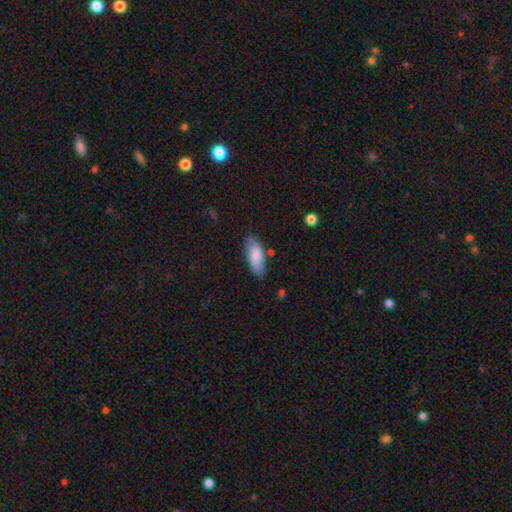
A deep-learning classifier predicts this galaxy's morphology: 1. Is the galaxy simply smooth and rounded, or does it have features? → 82% smooth, 12% featured or disk, 6% star or artifact.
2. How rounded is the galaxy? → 83% in between, 15% cigar-shaped, 2% round.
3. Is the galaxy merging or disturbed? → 78% none, 16% minor disturbance, 3% major disturbance, 3% merger.